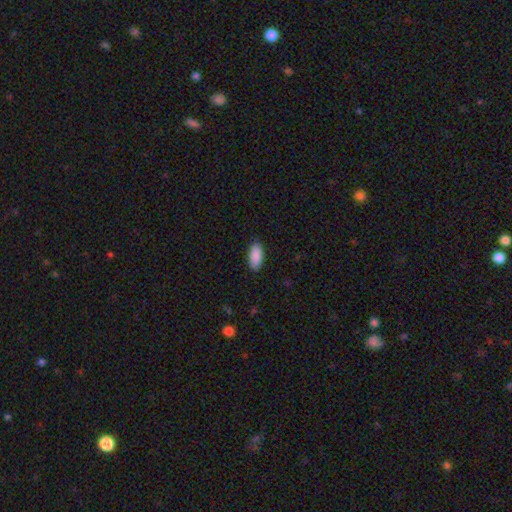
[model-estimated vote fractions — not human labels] smooth-or-featured: smooth: 90% | star or artifact: 6% | featured or disk: 4%
  how-rounded: in between: 90% | cigar-shaped: 8% | round: 2%
  merging: none: 88% | minor disturbance: 9% | major disturbance: 2% | merger: 1%